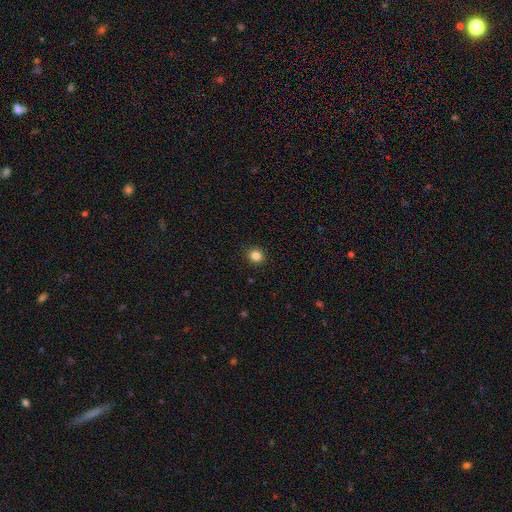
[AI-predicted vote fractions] A smooth galaxy with no disk features (84%) that is round (89%). Merging: none (92%).